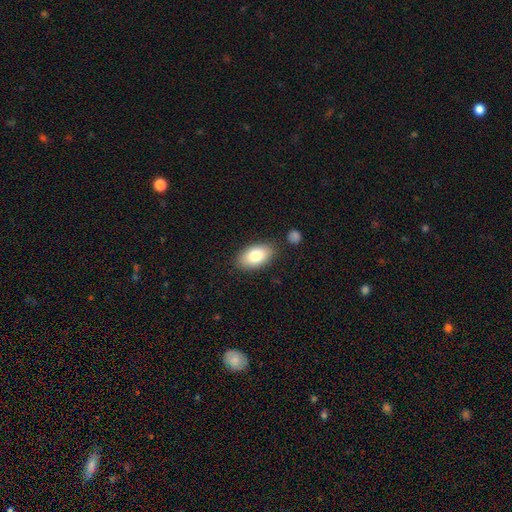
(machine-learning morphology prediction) This appears to be a smooth galaxy with no disk features (82%) that is in between round and cigar-shaped (94%). Merging: none (83%).